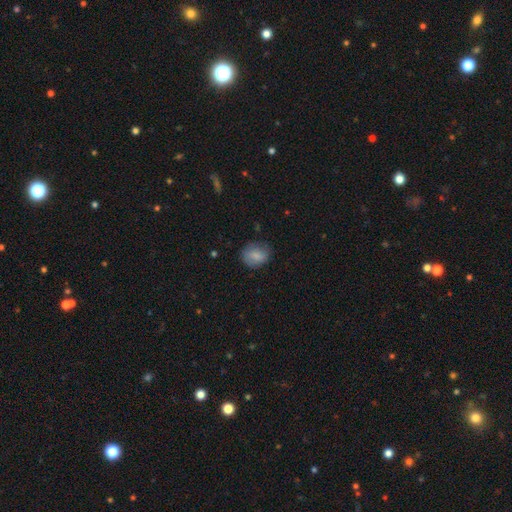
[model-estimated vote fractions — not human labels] smooth 78%, featured or disk 14%, star or artifact 8%. Down the decision tree: how rounded — round (58%); merging — none (73%).